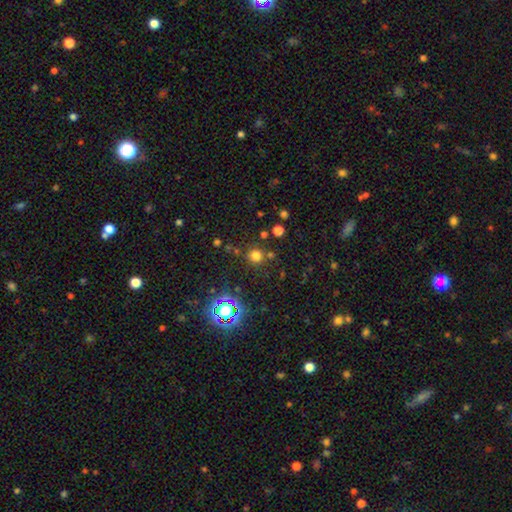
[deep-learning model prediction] Q: Smooth or featured?
A: smooth (70%); runner-up: star or artifact (24%)
Q: How rounded?
A: round (92%); runner-up: in between (7%)
Q: Merging?
A: none (81%); runner-up: minor disturbance (9%)